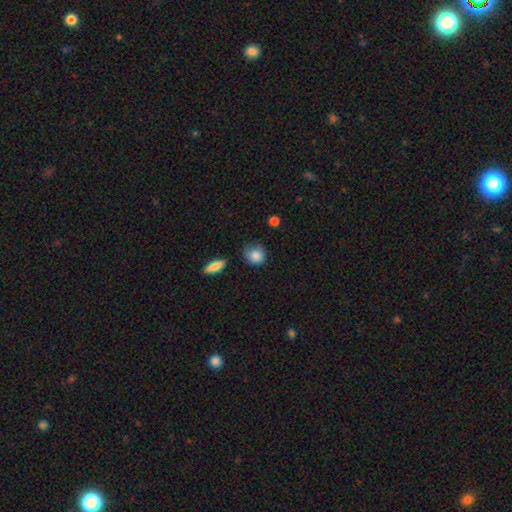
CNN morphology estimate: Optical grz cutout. It shows a smooth galaxy with no disk features (84%) that is round (80%). Merging: none (64%).